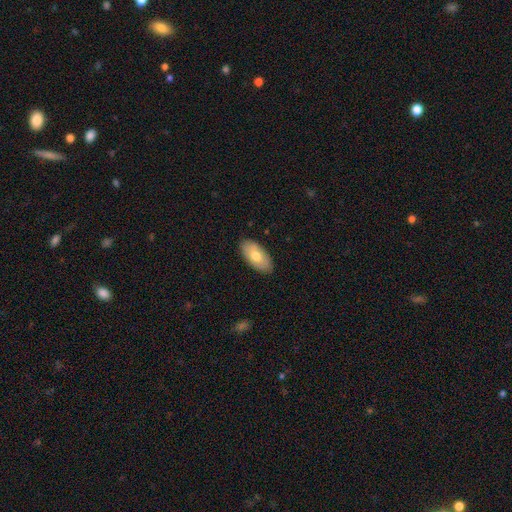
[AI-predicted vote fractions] Smooth or featured?
  - smooth: 70% *
  - featured or disk: 24%
  - star or artifact: 6%
How rounded?
  - in between: 94% *
  - cigar-shaped: 3%
  - round: 3%
Merging?
  - none: 86% *
  - minor disturbance: 11%
  - major disturbance: 2%
  - merger: 1%